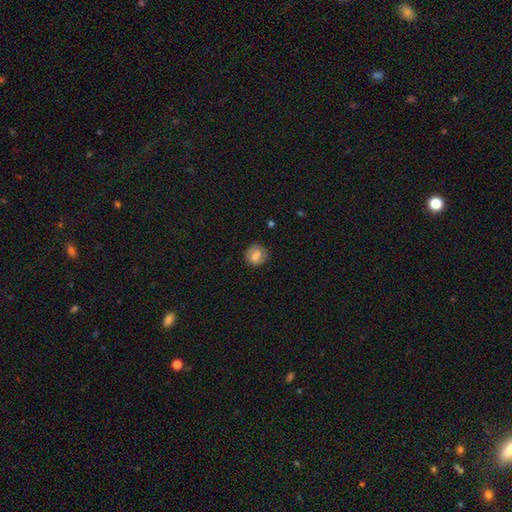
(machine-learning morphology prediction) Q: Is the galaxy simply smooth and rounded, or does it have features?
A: smooth — 68%.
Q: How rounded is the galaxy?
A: round — 82%.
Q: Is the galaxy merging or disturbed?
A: none — 83%.